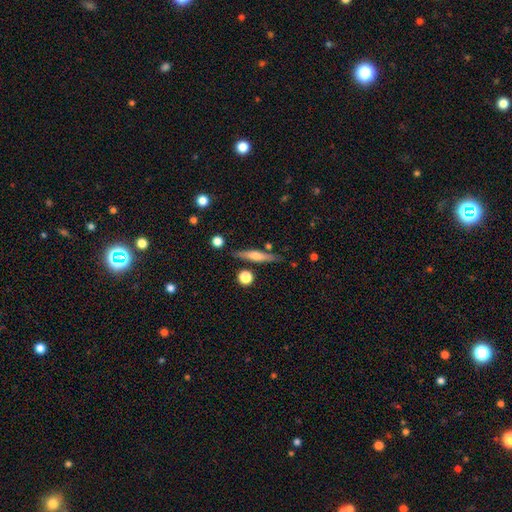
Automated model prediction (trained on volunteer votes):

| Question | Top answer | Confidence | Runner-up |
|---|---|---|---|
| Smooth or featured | featured or disk | 53% | smooth (41%) |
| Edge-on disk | yes | 95% | no (5%) |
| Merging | none | 83% | minor disturbance (10%) |